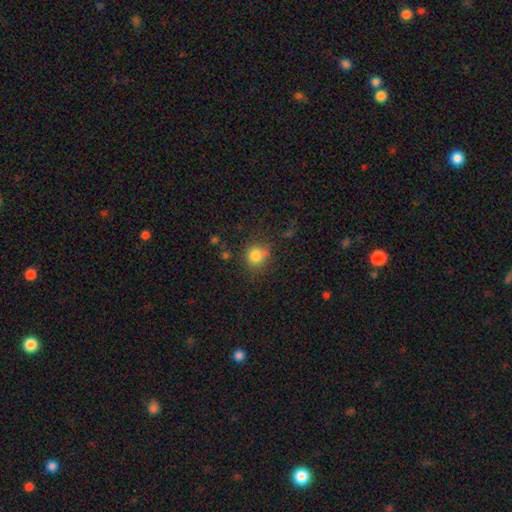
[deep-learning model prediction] smooth_or_featured: smooth (p=0.82) [alt: star or artifact p=0.11]
how_rounded: round (p=0.86) [alt: in between p=0.13]
merging: none (p=0.71) [alt: minor disturbance p=0.17]